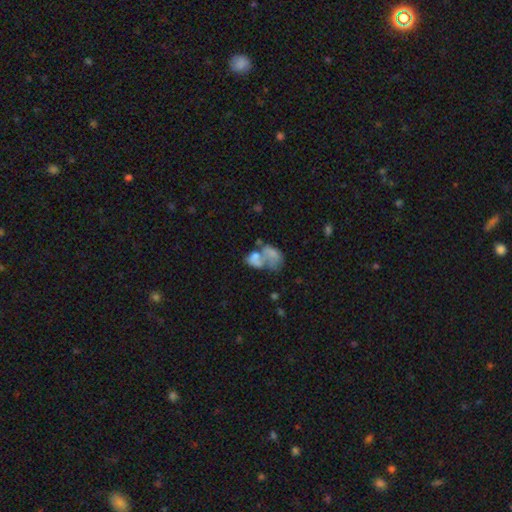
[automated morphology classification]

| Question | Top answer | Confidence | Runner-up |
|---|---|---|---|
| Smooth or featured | smooth | 53% | featured or disk (35%) |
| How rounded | in between | 78% | round (21%) |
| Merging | merger | 61% | major disturbance (16%) |